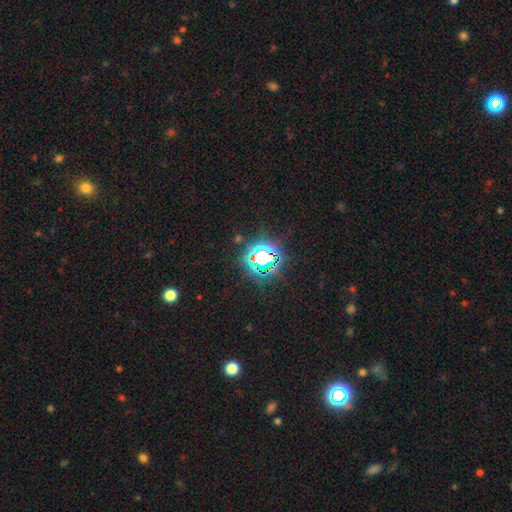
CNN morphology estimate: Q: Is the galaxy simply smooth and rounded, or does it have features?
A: star or artifact — 80%.